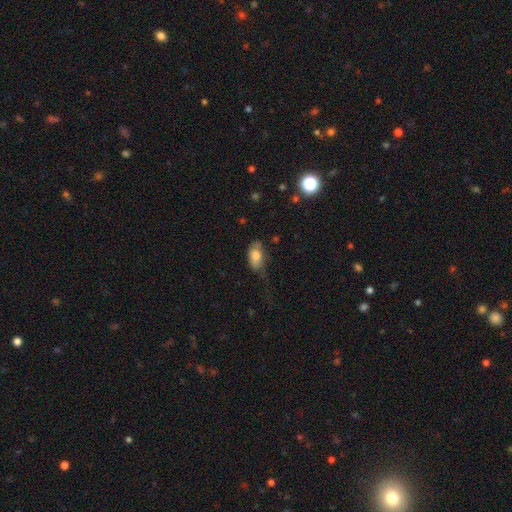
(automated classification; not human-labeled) Q: Smooth or featured?
A: smooth (77%); runner-up: featured or disk (16%)
Q: How rounded?
A: in between (91%); runner-up: round (5%)
Q: Merging?
A: none (42%); runner-up: minor disturbance (33%)